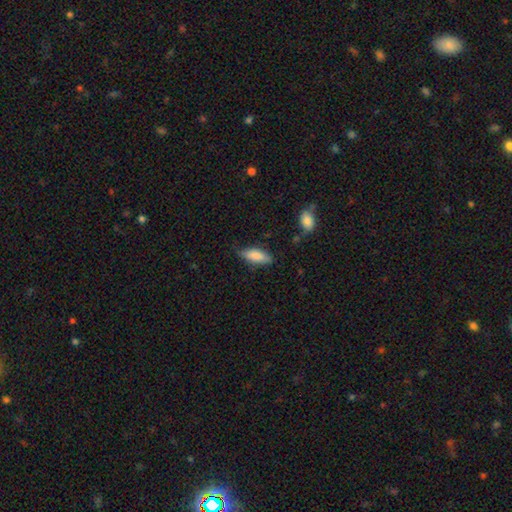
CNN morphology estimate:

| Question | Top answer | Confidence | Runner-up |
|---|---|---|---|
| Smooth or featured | smooth | 82% | featured or disk (12%) |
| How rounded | in between | 72% | cigar-shaped (26%) |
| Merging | none | 71% | minor disturbance (23%) |